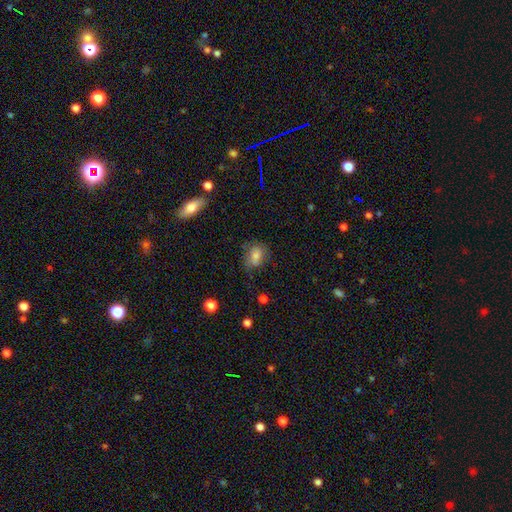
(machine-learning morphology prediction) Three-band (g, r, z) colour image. It shows a smooth galaxy with no disk features (70%) that is in between round and cigar-shaped (59%). Merging: none (60%).